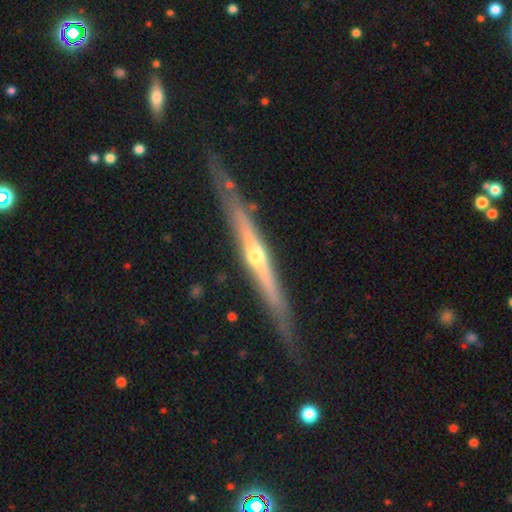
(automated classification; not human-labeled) Smooth or featured?
  - featured or disk: 77% *
  - smooth: 18%
  - star or artifact: 5%
Edge-on disk?
  - yes: 97% *
  - no: 3%
Edge-on bulge?
  - rounded: 84% *
  - none: 13%
  - boxy: 4%
Merging?
  - none: 77% *
  - minor disturbance: 17%
  - major disturbance: 4%
  - merger: 2%